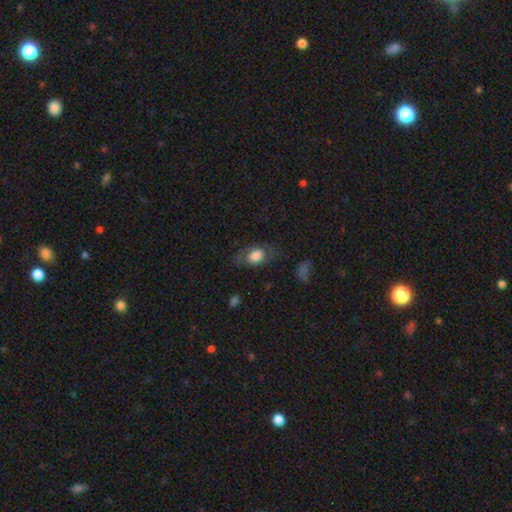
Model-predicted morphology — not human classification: A smooth galaxy with no disk features (72%) that is in between round and cigar-shaped (83%).

Vote fractions:
- Smooth or featured? smooth: 72% / featured or disk: 20% / star or artifact: 9%
- How rounded? in between: 83% / round: 15% / cigar-shaped: 3%
- Merging? none: 64% / minor disturbance: 21% / major disturbance: 13% / merger: 2%